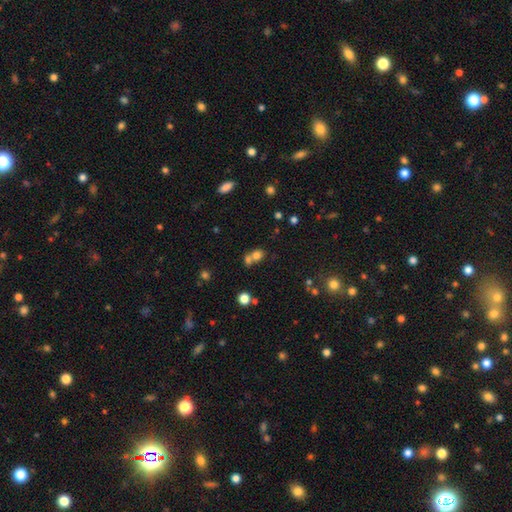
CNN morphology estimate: Smooth or featured: smooth — 73% (star or artifact — 16%)
How rounded: round — 62% (in between — 37%)
Merging: merger — 55% (none — 35%)